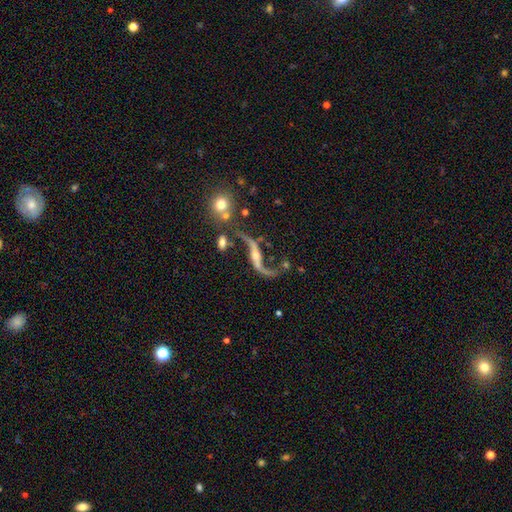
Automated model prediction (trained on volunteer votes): Overall: featured or disk (88%). Edge-on disk: no (87%). Bar: no (42%; weak 30%). Spiral arms: yes (94%). Spiral arm count: 2 (92%). Spiral winding: loose (94%). Bulge size: small (44%; moderate 39%). Merging: none (53%; minor disturbance 17%).